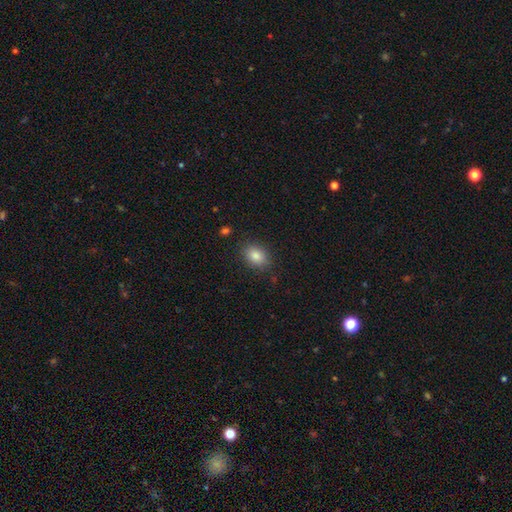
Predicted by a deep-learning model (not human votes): This is clearly a smooth galaxy (84%). How rounded: likely in between (72%). Merging: clearly none (86%).